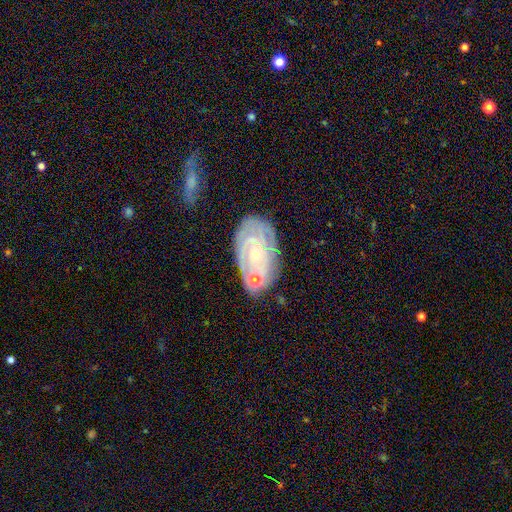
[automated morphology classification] Smooth or featured: featured or disk — 78% (smooth — 14%)
Edge-on disk: no — 95% (yes — 5%)
Bar: no — 76% (weak — 19%)
Spiral arms: yes — 87% (no — 13%)
Spiral winding: tight — 74% (medium — 20%)
Spiral arm count: can't tell — 43% (2 — 20%)
Bulge size: small — 70% (moderate — 25%)
Merging: none — 63% (minor disturbance — 18%)